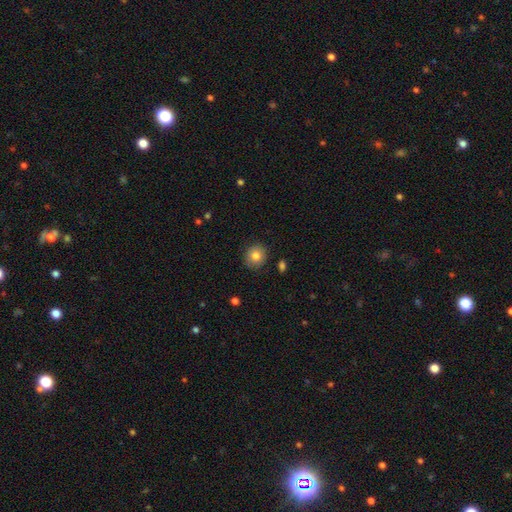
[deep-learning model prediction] Smooth or featured?
  - smooth: 81% *
  - star or artifact: 9%
  - featured or disk: 9%
How rounded?
  - round: 86% *
  - in between: 13%
  - cigar-shaped: 1%
Merging?
  - none: 87% *
  - minor disturbance: 9%
  - major disturbance: 2%
  - merger: 1%